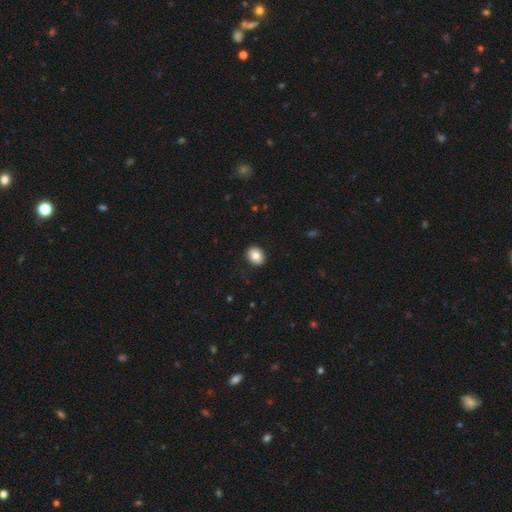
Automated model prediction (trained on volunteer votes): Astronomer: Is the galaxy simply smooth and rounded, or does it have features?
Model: smooth — 81%.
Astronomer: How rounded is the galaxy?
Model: round — 58% (runner-up: in between, 41%).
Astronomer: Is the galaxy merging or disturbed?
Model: none — 89%.